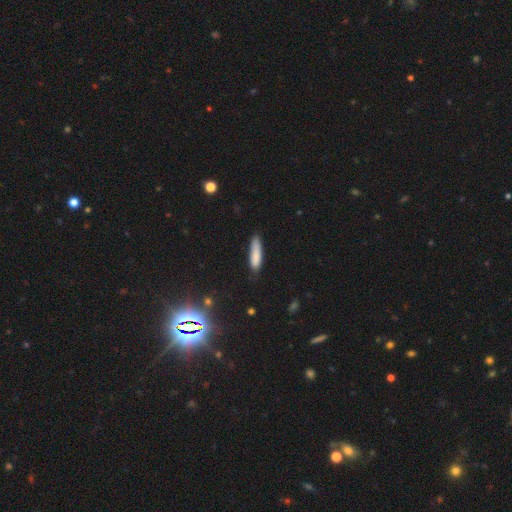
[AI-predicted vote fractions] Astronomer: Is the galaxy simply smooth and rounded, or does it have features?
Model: smooth — 84%.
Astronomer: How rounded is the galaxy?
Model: cigar-shaped — 77%.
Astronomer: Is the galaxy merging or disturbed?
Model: none — 75%.